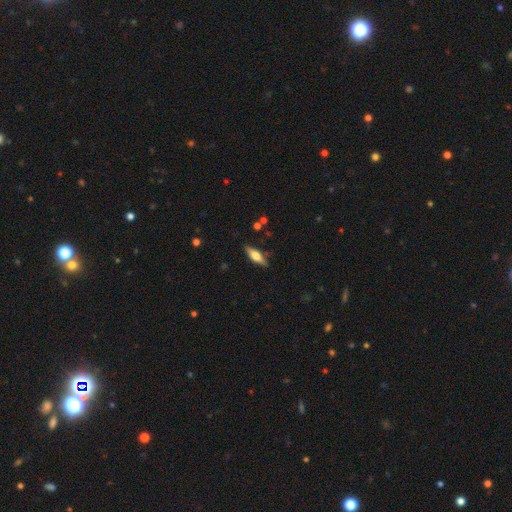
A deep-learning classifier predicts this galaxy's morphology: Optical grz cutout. It shows a smooth galaxy with no disk features (49%). Merging: none (83%).